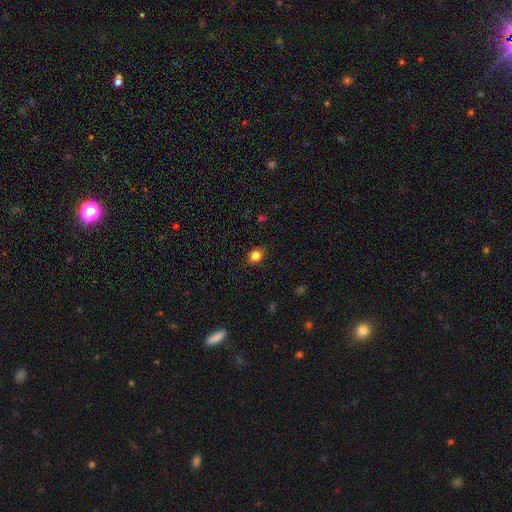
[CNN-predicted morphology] Smooth or featured: smooth — 83% (star or artifact — 12%)
How rounded: round — 66% (in between — 33%)
Merging: none — 86% (minor disturbance — 11%)